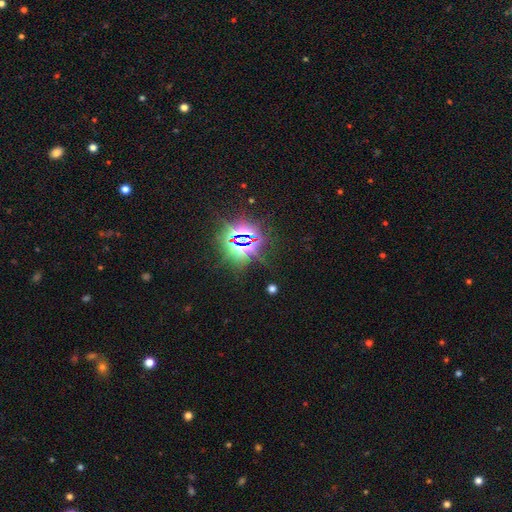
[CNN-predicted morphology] Smooth or featured: star or artifact — 84% (smooth — 10%)